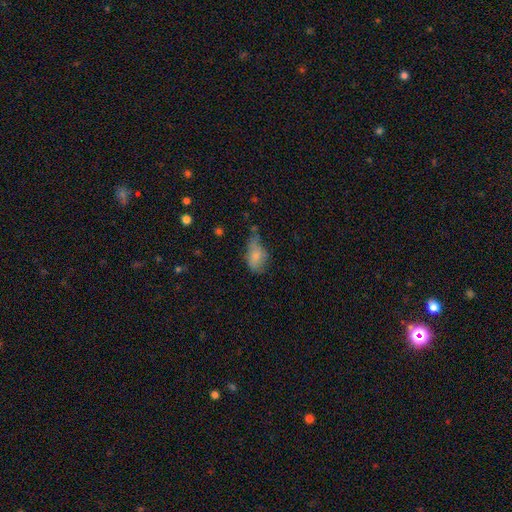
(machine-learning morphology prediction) A smooth galaxy with no disk features (72%) that is in between round and cigar-shaped (87%).

Vote fractions:
- Smooth or featured? smooth: 72% / featured or disk: 17% / star or artifact: 10%
- How rounded? in between: 87% / round: 8% / cigar-shaped: 4%
- Merging? minor disturbance: 38% / none: 29% / major disturbance: 25% / merger: 8%